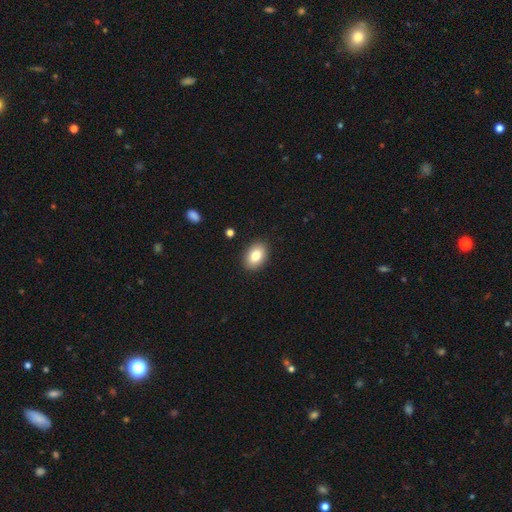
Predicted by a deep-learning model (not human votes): smooth_or_featured: smooth (p=0.82) [alt: featured or disk p=0.10]
how_rounded: in between (p=0.83) [alt: round p=0.16]
merging: none (p=0.90) [alt: minor disturbance p=0.07]